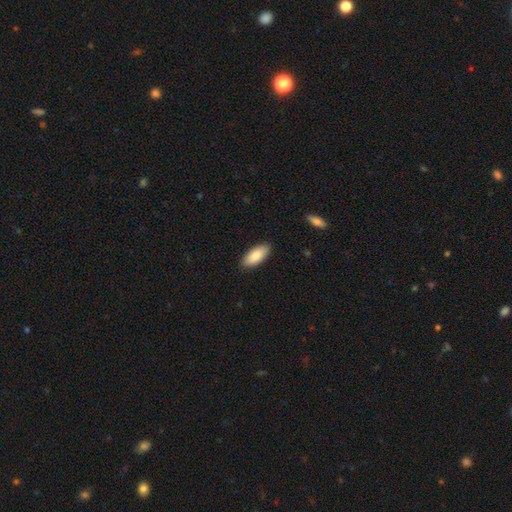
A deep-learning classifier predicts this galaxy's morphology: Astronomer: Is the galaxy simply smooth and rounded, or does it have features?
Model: smooth — 83%.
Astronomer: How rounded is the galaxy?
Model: in between — 88%.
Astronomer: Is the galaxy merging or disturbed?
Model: none — 88%.